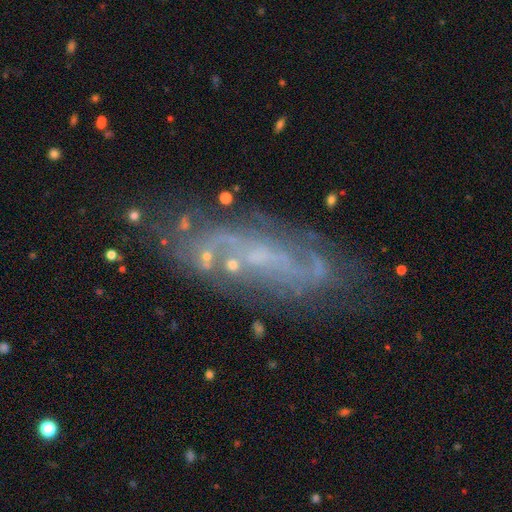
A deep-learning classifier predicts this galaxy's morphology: Overall: featured or disk (73%). Edge-on disk: no (85%). Bar: no (61%; weak 29%). Spiral arms: yes (63%; no 37%). Bulge size: small (49%; none 37%). Merging: none (65%).